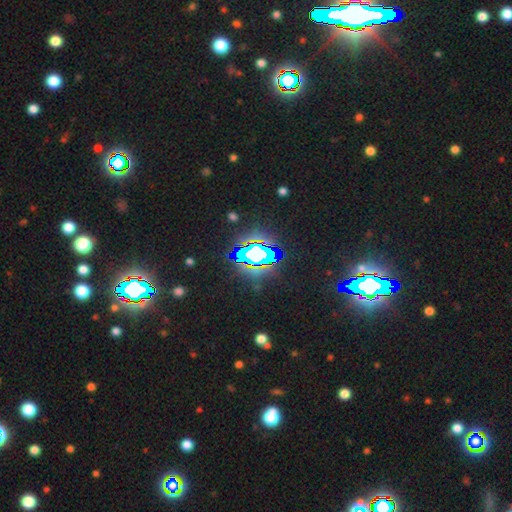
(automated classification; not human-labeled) Morphology: type=star or artifact (72%).